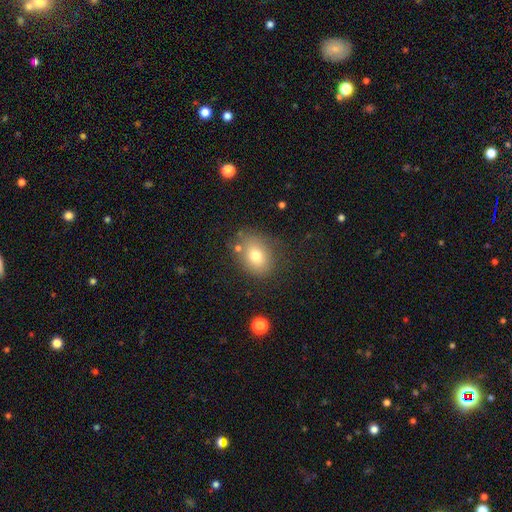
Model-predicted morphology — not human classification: Q: Smooth or featured?
A: smooth (75%); runner-up: featured or disk (14%)
Q: How rounded?
A: in between (56%); runner-up: round (43%)
Q: Merging?
A: none (74%); runner-up: minor disturbance (16%)